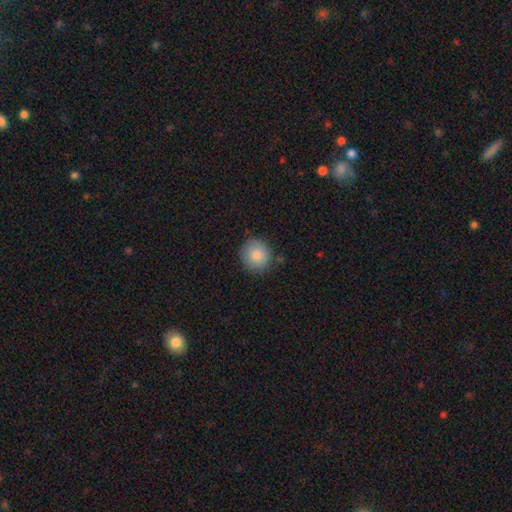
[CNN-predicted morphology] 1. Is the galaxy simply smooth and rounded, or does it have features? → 84% smooth, 8% star or artifact, 8% featured or disk.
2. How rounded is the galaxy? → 89% round, 11% in between, 1% cigar-shaped.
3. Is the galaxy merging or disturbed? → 84% none, 12% minor disturbance, 2% major disturbance, 2% merger.